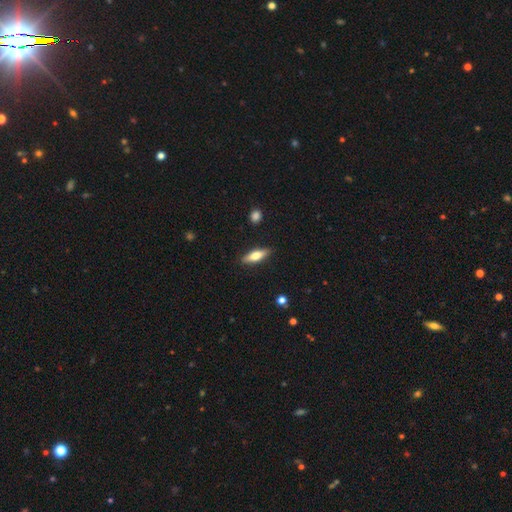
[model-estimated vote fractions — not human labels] This appears to be a smooth galaxy with no disk features (59%) that is cigar-shaped (51%). Merging: none (88%).